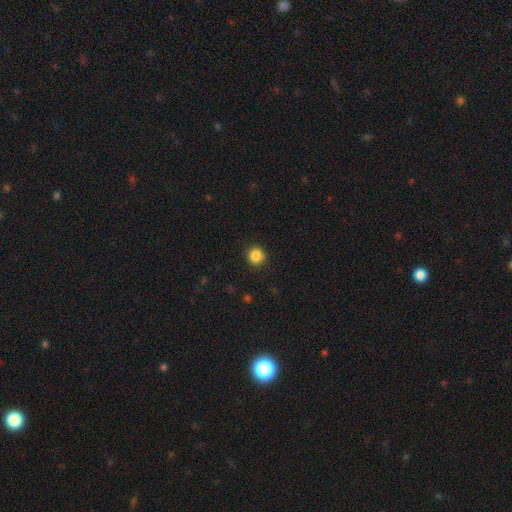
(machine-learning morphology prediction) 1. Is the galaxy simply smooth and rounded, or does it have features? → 86% smooth, 10% star or artifact, 4% featured or disk.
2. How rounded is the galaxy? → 93% round, 6% in between, 1% cigar-shaped.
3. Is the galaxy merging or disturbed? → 91% none, 6% minor disturbance, 2% major disturbance, 1% merger.